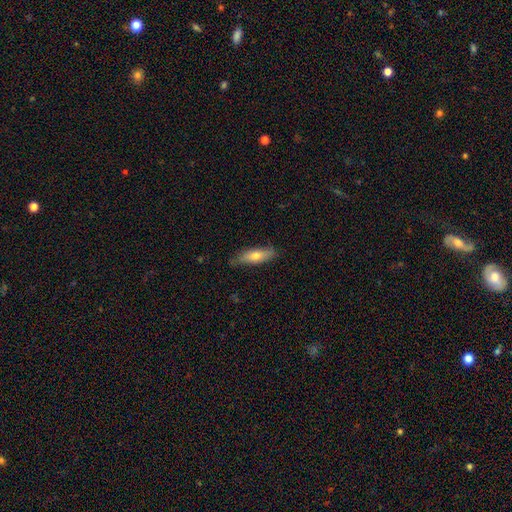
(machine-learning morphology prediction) smooth_or_featured: smooth (p=0.62) [alt: featured or disk p=0.31]
how_rounded: cigar-shaped (p=0.56) [alt: in between p=0.42]
merging: none (p=0.80) [alt: minor disturbance p=0.17]